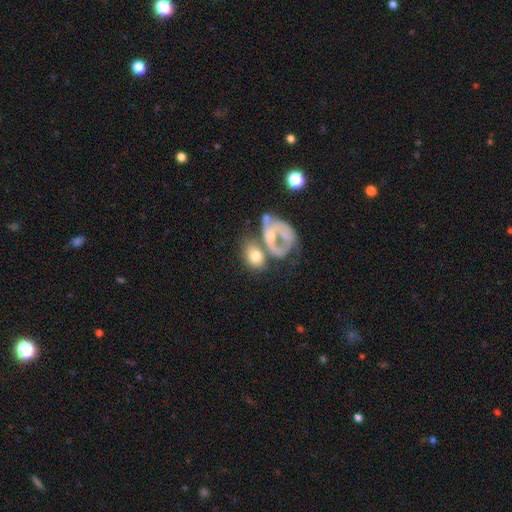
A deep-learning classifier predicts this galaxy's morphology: This appears to be a smooth galaxy with no disk features (61%) that is in between round and cigar-shaped (66%). Merging: merger (43%).